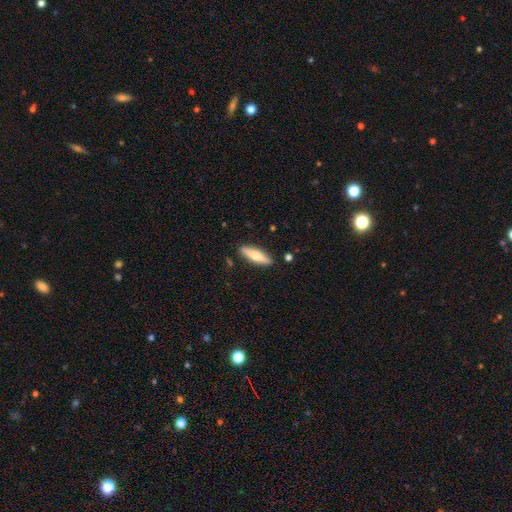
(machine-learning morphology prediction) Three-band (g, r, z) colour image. It shows a smooth galaxy with no disk features (60%) that is cigar-shaped (66%). Merging: none (88%).